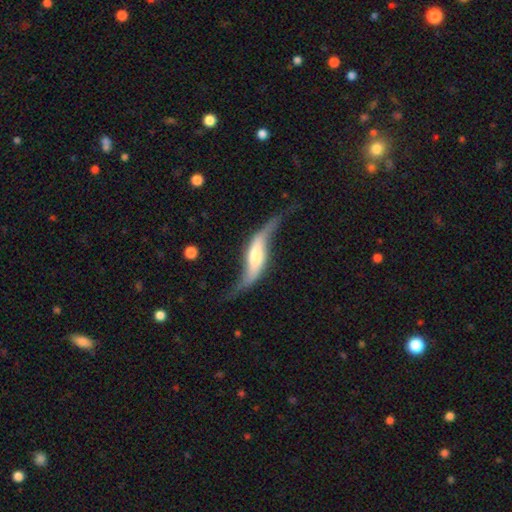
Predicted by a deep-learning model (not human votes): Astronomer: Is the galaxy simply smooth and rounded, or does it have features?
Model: featured or disk — 82%.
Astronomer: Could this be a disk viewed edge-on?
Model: no — 71%.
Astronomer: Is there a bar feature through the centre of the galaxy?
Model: strong — 42% (runner-up: weak, 30%).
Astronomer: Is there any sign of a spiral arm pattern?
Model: yes — 92%.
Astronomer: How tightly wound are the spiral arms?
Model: loose — 94%.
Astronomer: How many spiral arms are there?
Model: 2 — 93%.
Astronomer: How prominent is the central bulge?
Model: moderate — 49%.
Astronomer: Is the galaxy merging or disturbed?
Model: none — 54%.